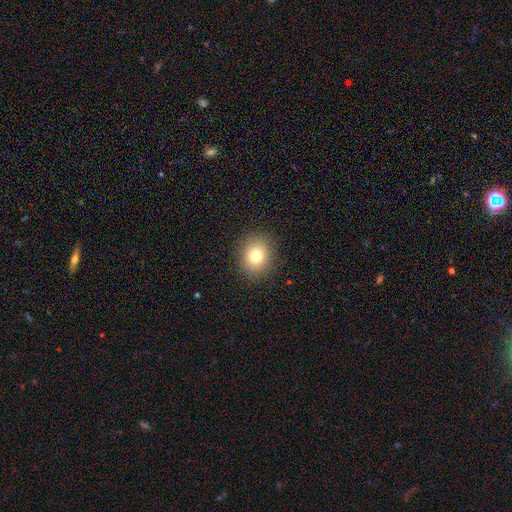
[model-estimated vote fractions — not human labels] smooth_or_featured: smooth (p=0.77) [alt: star or artifact p=0.13]
how_rounded: round (p=0.70) [alt: in between p=0.29]
merging: none (p=0.90) [alt: minor disturbance p=0.07]